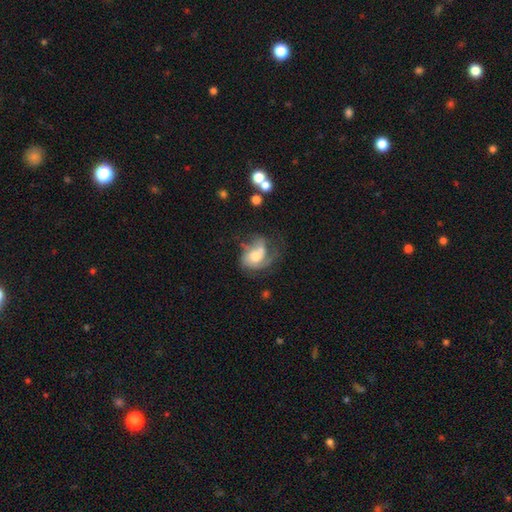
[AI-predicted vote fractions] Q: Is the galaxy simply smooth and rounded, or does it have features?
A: featured or disk — 58%.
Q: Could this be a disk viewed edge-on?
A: no — 97%.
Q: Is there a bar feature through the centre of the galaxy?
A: no — 73%.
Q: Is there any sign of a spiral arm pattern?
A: yes — 70%.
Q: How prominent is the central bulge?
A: moderate — 56%.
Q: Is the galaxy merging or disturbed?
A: major disturbance — 35%.